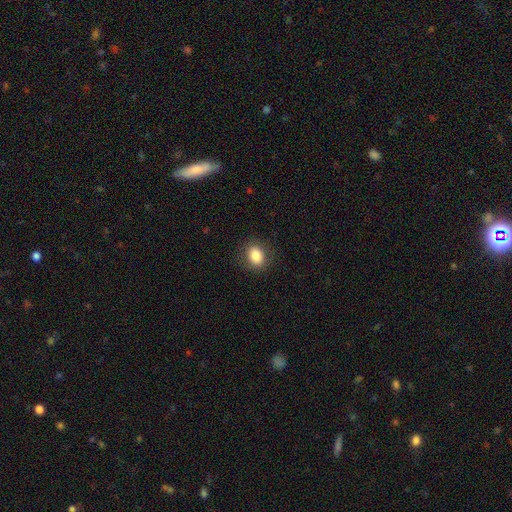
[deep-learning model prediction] Smooth or featured? Predicted: smooth (p=0.84). How rounded? Predicted: in between (p=0.53). Merging? Predicted: none (p=0.87).